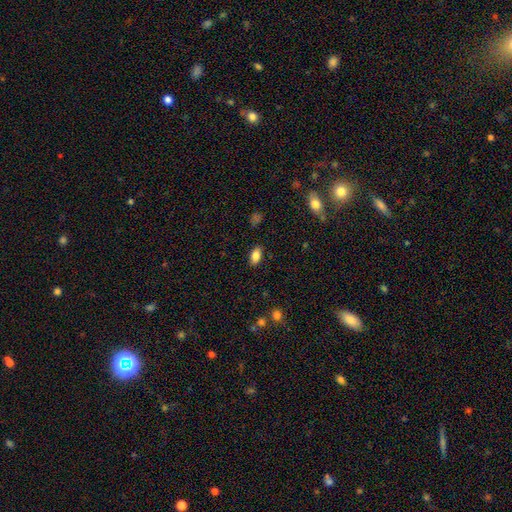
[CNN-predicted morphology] Smooth or featured?
  - smooth: 84% *
  - star or artifact: 9%
  - featured or disk: 7%
How rounded?
  - in between: 90% *
  - cigar-shaped: 5%
  - round: 5%
Merging?
  - none: 87% *
  - minor disturbance: 10%
  - major disturbance: 2%
  - merger: 1%